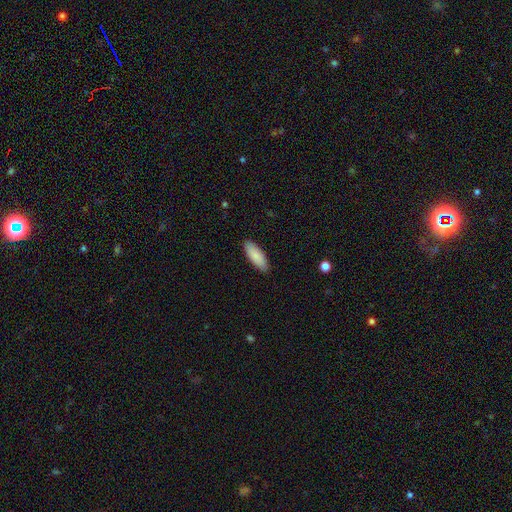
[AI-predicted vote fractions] Q: Smooth or featured?
A: smooth (87%); runner-up: featured or disk (8%)
Q: How rounded?
A: in between (73%); runner-up: cigar-shaped (25%)
Q: Merging?
A: none (89%); runner-up: minor disturbance (9%)